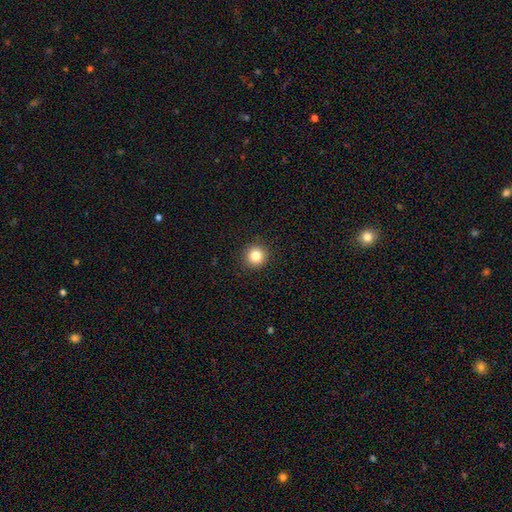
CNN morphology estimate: This is clearly a smooth galaxy (84%). How rounded: clearly round (94%). Merging: clearly none (93%).